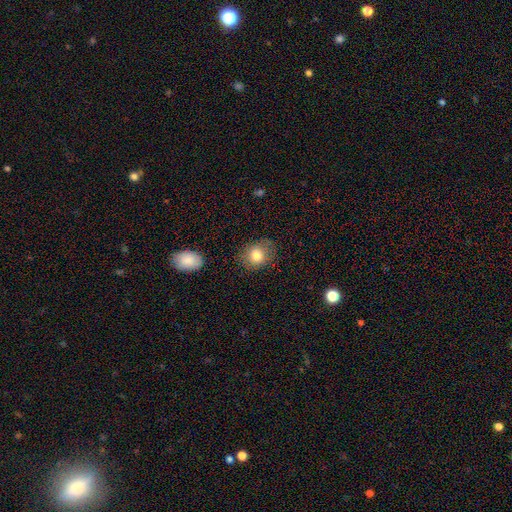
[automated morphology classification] Q: Smooth or featured?
A: smooth (82%); runner-up: star or artifact (9%)
Q: How rounded?
A: round (63%); runner-up: in between (36%)
Q: Merging?
A: none (77%); runner-up: minor disturbance (17%)